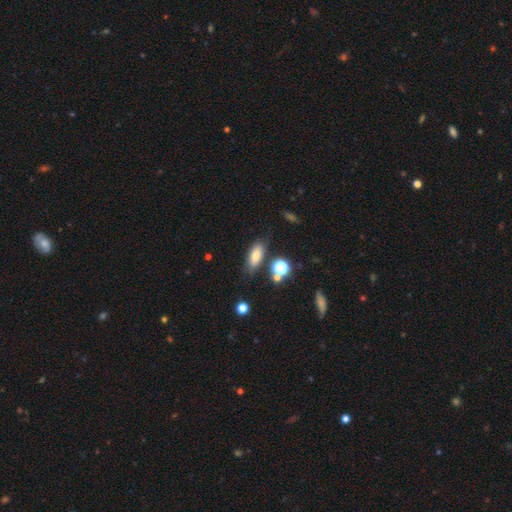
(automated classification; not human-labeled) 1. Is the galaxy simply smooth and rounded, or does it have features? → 73% smooth, 15% featured or disk, 12% star or artifact.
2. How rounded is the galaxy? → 76% in between, 18% cigar-shaped, 6% round.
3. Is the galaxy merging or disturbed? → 74% none, 15% minor disturbance, 6% merger, 5% major disturbance.